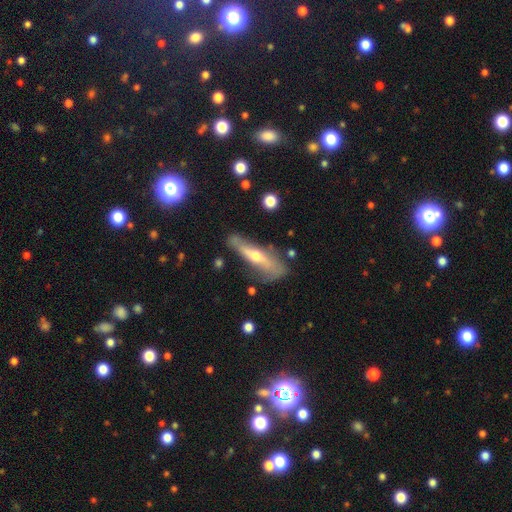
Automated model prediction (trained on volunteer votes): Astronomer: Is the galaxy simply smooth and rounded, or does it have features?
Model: featured or disk — 63%.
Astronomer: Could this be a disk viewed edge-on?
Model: yes — 64%.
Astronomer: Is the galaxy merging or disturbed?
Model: none — 62%.